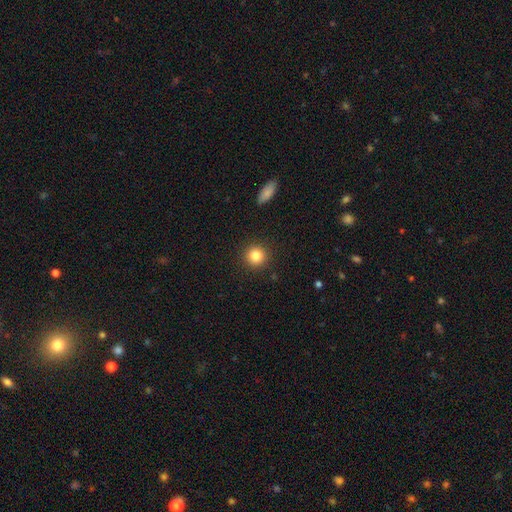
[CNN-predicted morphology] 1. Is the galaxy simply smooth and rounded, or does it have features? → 84% smooth, 10% star or artifact, 6% featured or disk.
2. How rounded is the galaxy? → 93% round, 6% in between, 1% cigar-shaped.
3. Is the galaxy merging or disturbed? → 91% none, 6% minor disturbance, 2% major disturbance, 1% merger.